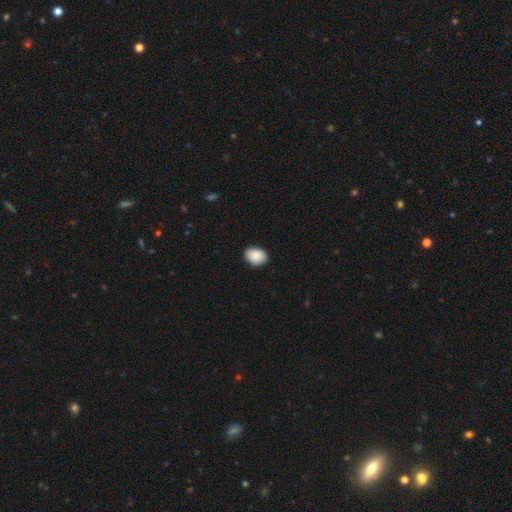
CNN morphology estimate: Smooth or featured? Predicted: smooth (p=0.89). How rounded? Predicted: in between (p=0.67). Merging? Predicted: none (p=0.87).